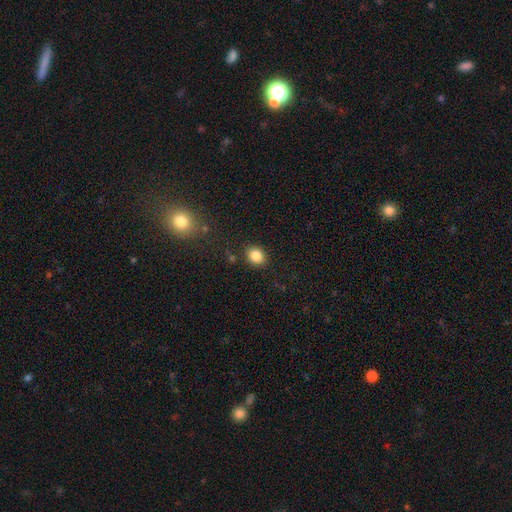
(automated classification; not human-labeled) smooth-or-featured: smooth: 84% | star or artifact: 11% | featured or disk: 5%
  how-rounded: round: 61% | in between: 38% | cigar-shaped: 1%
  merging: none: 87% | minor disturbance: 8% | major disturbance: 3% | merger: 2%